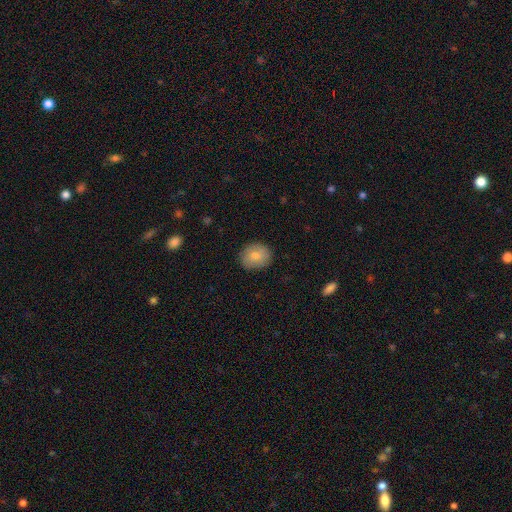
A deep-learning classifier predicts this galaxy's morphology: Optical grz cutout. It shows a smooth galaxy with no disk features (80%) that is round (60%). Merging: none (86%).